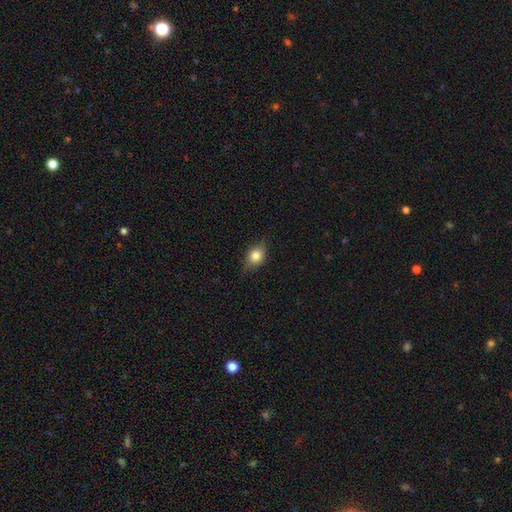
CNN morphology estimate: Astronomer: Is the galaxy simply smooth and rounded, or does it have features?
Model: smooth — 78%.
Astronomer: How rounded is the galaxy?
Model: in between — 57% (runner-up: round, 40%).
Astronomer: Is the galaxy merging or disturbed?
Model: none — 71%.